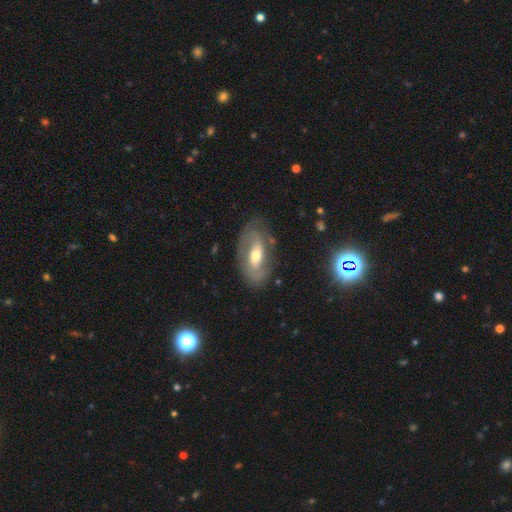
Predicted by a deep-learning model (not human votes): This is likely a featured or disk galaxy (71%). It is clearly not viewed edge-on (91%). Bar: marginally weak (37%). Spiral arm pattern: likely yes (79%). Spiral arm count: likely 2 (77%). Spiral winding: marginally medium (42%). Central bulge: likely moderate (69%). Merging: likely none (72%).